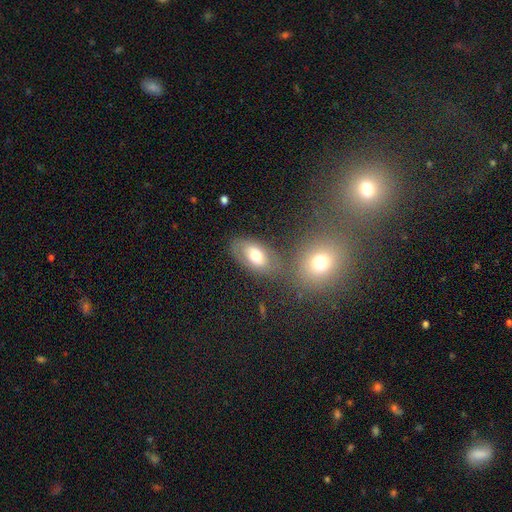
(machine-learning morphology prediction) Smooth or featured? Predicted: smooth (p=0.65). How rounded? Predicted: in between (p=0.90). Merging? Predicted: none (p=0.65).